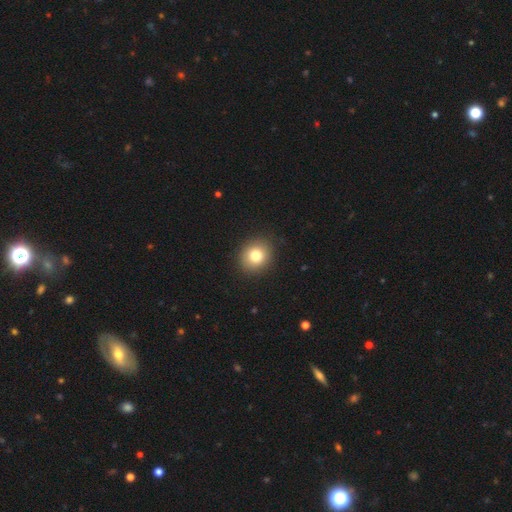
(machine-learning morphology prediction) Q: Smooth or featured?
A: smooth (80%); runner-up: star or artifact (11%)
Q: How rounded?
A: round (75%); runner-up: in between (24%)
Q: Merging?
A: none (91%); runner-up: minor disturbance (6%)